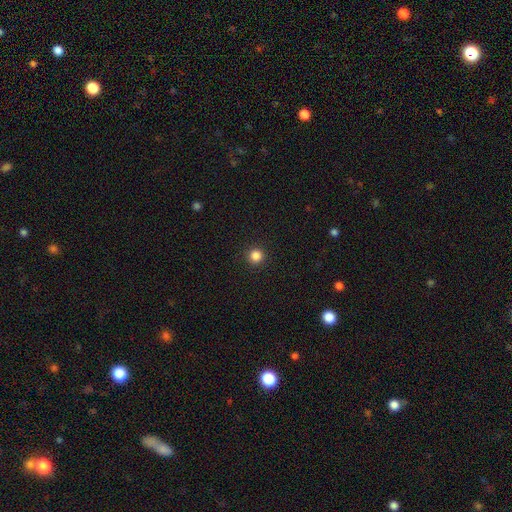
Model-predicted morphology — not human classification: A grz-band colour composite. It shows a smooth galaxy with no disk features (85%) that is round (96%). Merging: none (93%).